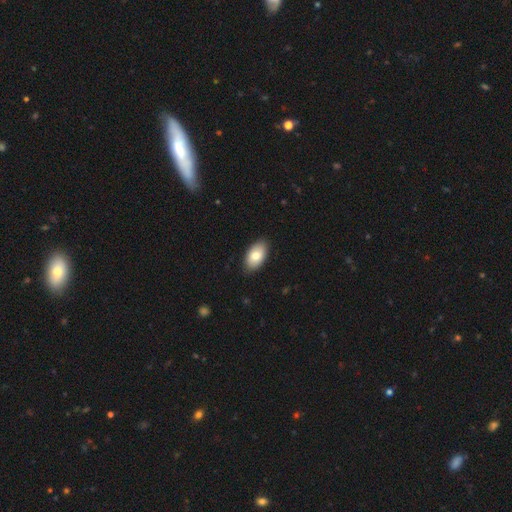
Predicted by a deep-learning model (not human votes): smooth-or-featured: smooth: 80% | featured or disk: 13% | star or artifact: 6%
  how-rounded: in between: 94% | round: 4% | cigar-shaped: 2%
  merging: none: 88% | minor disturbance: 10% | major disturbance: 2% | merger: 1%